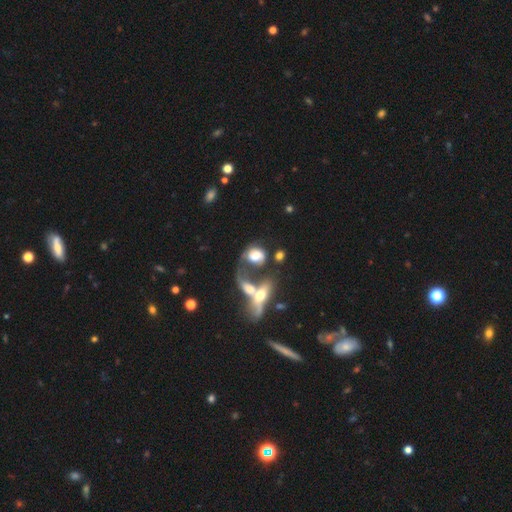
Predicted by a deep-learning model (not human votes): Smooth or featured: smooth — 49% (featured or disk — 40%)
Merging: merger — 56% (major disturbance — 21%)